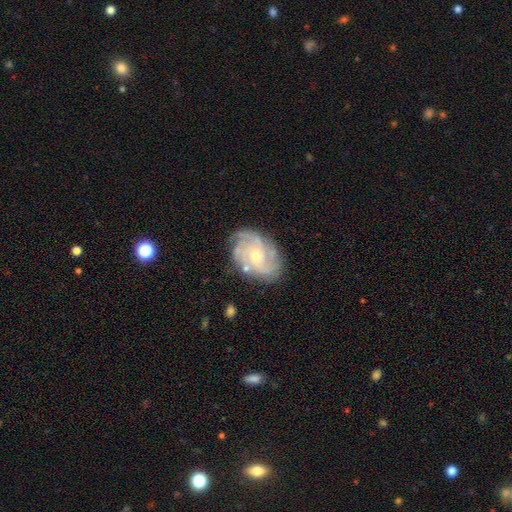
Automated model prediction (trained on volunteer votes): This is clearly a featured or disk galaxy (84%). It is clearly not viewed edge-on (97%). Bar: likely no (72%). Spiral arm pattern: clearly yes (94%). Spiral arm count: marginally can't tell (26%). Spiral winding: possibly tight (55%). Central bulge: likely small (61%). Merging: likely none (74%).